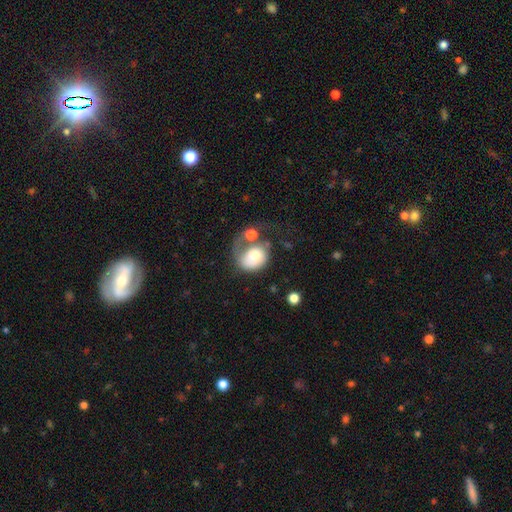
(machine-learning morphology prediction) This is possibly a smooth galaxy (56%). How rounded: possibly round (57%). Merging: marginally major disturbance (43%).